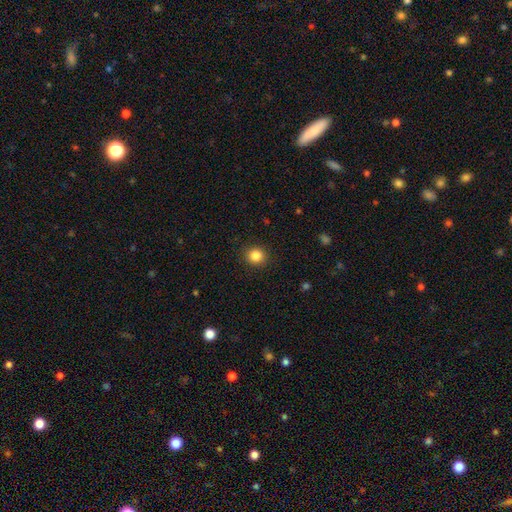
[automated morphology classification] This appears to be a smooth galaxy with no disk features (85%) that is round (86%). Merging: none (91%).